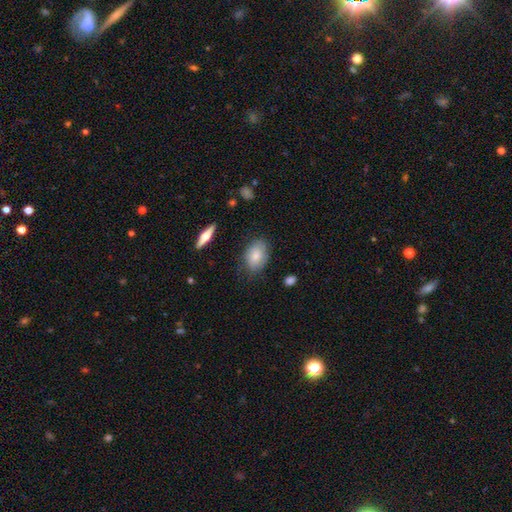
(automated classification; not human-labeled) A smooth galaxy with no disk features (78%) that is in between round and cigar-shaped (83%).

Vote fractions:
- Smooth or featured? smooth: 78% / featured or disk: 15% / star or artifact: 7%
- How rounded? in between: 83% / round: 15% / cigar-shaped: 2%
- Merging? none: 72% / minor disturbance: 21% / major disturbance: 5% / merger: 2%